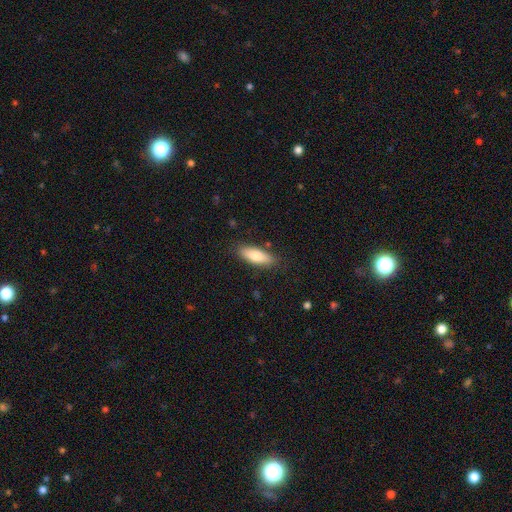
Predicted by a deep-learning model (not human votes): smooth-or-featured: smooth: 78% | featured or disk: 16% | star or artifact: 6%
  how-rounded: in between: 67% | cigar-shaped: 31% | round: 2%
  merging: none: 85% | minor disturbance: 11% | major disturbance: 2% | merger: 2%